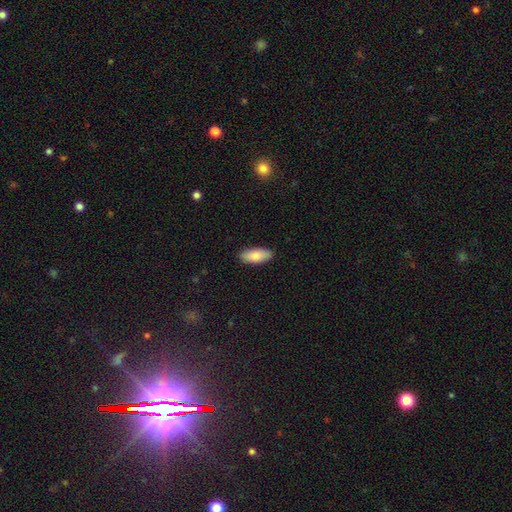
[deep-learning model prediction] A smooth galaxy with no disk features (84%) that is in between round and cigar-shaped (81%). Merging: none (89%).